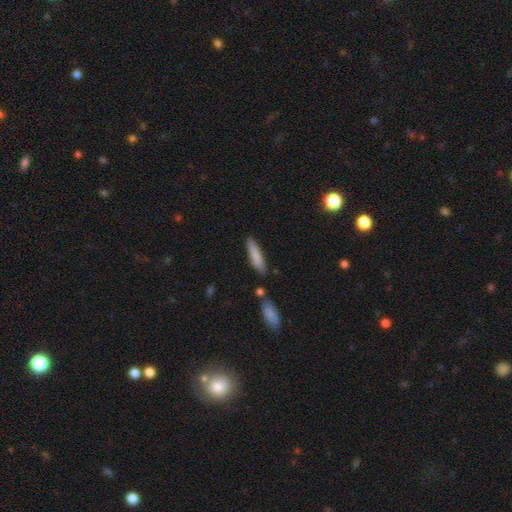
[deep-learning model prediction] Morphology: type=smooth (81%); roundness=cigar-shaped (79%); merging=none (81%).